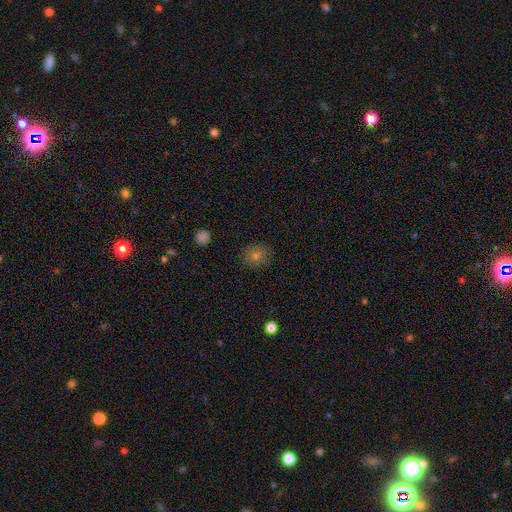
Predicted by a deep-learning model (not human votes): Smooth or featured: smooth — 73% (star or artifact — 15%)
How rounded: round — 70% (in between — 29%)
Merging: none — 85% (minor disturbance — 11%)